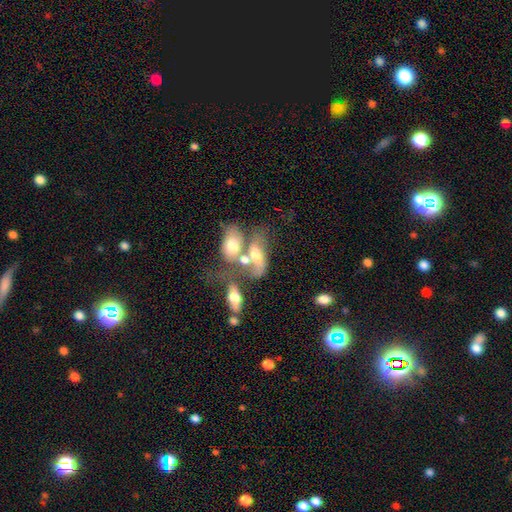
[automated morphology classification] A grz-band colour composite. It shows a smooth galaxy with no disk features (49%). Merging: merger (61%).